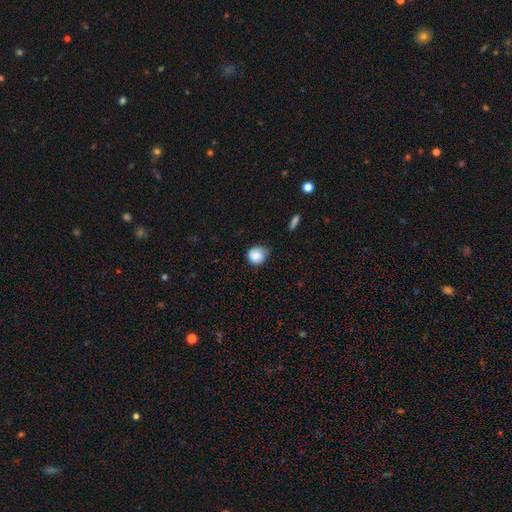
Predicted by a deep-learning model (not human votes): smooth 81%, featured or disk 11%, star or artifact 8%. Down the decision tree: how rounded — round (81%); merging — none (54%).